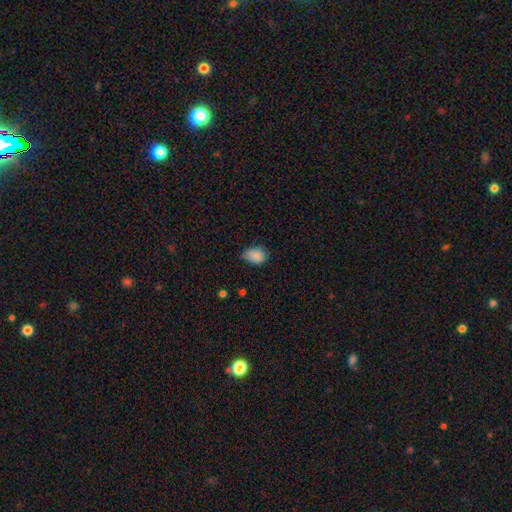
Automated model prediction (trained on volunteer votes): smooth_or_featured: smooth (p=0.85) [alt: star or artifact p=0.08]
how_rounded: in between (p=0.71) [alt: round p=0.28]
merging: none (p=0.58) [alt: minor disturbance p=0.34]